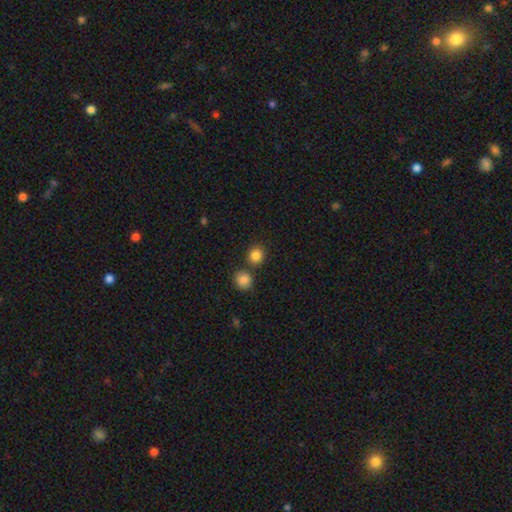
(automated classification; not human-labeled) Smooth or featured: smooth — 85% (star or artifact — 11%)
How rounded: round — 86% (in between — 13%)
Merging: none — 75% (merger — 15%)